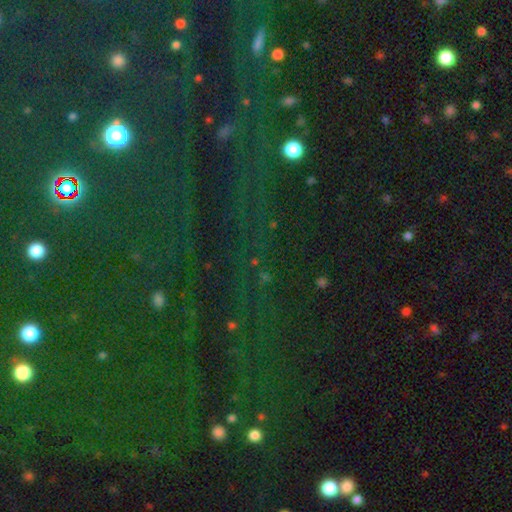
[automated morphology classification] Smooth or featured?
  - star or artifact: 79% *
  - smooth: 12%
  - featured or disk: 9%